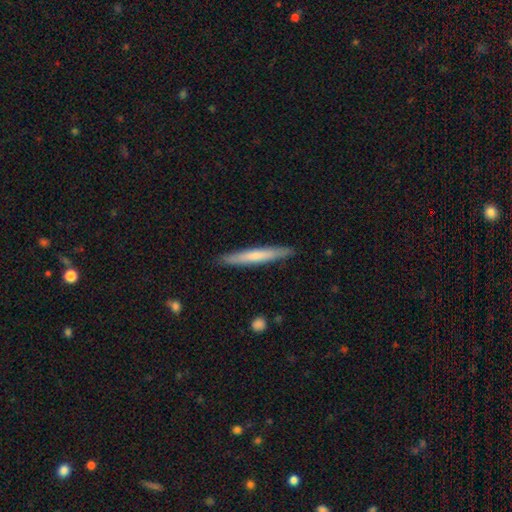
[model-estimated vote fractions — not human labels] A smooth galaxy with no disk features (62%) that is cigar-shaped (95%). Merging: none (90%).